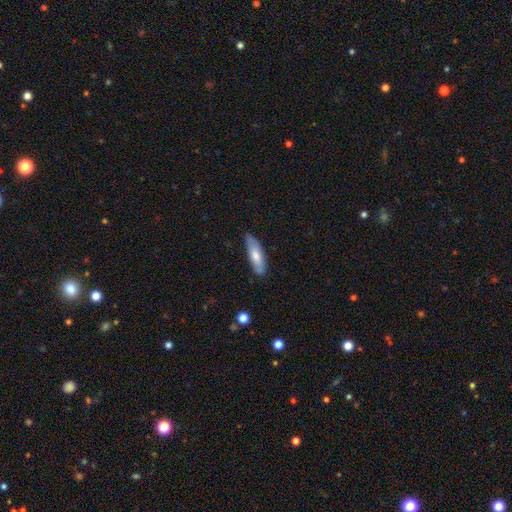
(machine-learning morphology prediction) A smooth galaxy with no disk features (64%) that is cigar-shaped (49%, tied with in between).

Vote fractions:
- Smooth or featured? smooth: 64% / featured or disk: 30% / star or artifact: 6%
- How rounded? cigar-shaped: 49% (tied) / in between: 49% (tied) / round: 2%
- Merging? none: 78% / minor disturbance: 18% / major disturbance: 3% / merger: 2%